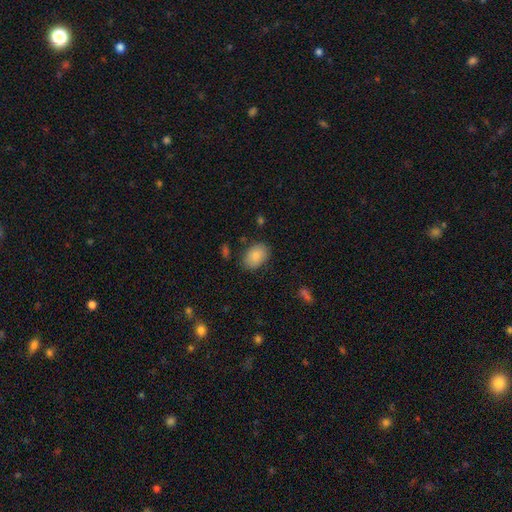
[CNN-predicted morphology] smooth 83%, featured or disk 10%, star or artifact 7%. Down the decision tree: how rounded — in between (85%); merging — none (82%).